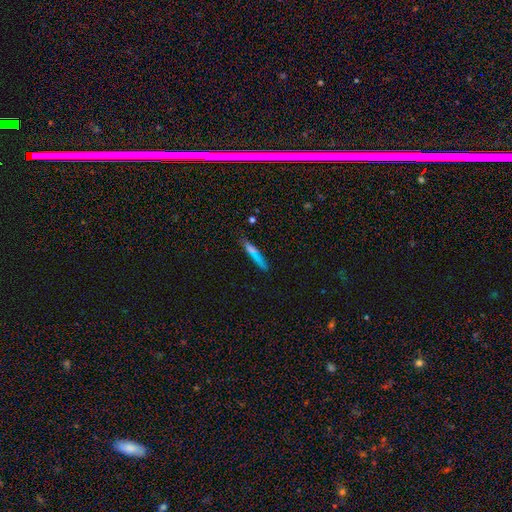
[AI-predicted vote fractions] Smooth or featured? smooth (69%)
How rounded? cigar-shaped (88%)
Merging? none (79%)